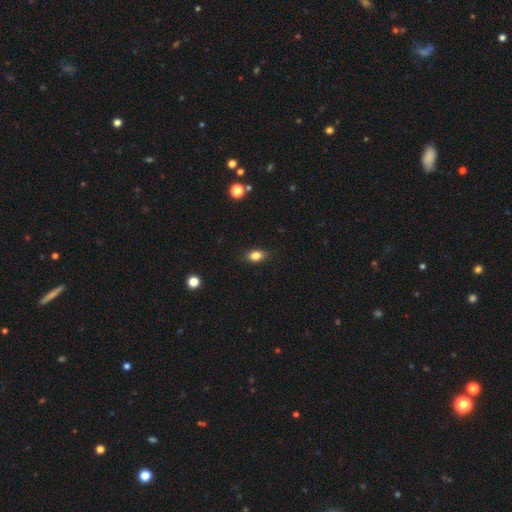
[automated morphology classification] Smooth or featured? smooth (83%)
How rounded? in between (75%)
Merging? none (85%)